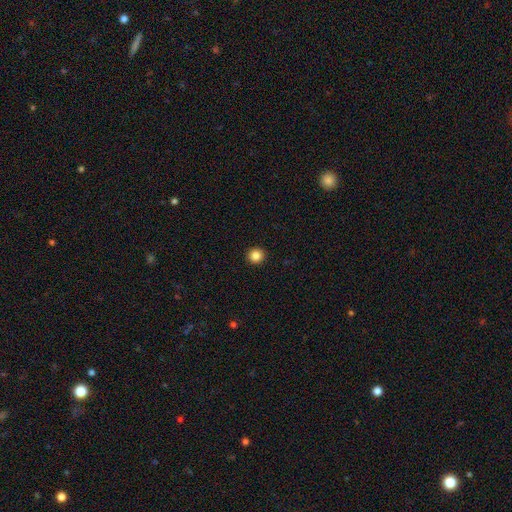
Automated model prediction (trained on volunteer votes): A smooth galaxy with no disk features (85%) that is round (94%).

Vote fractions:
- Smooth or featured? smooth: 85% / star or artifact: 11% / featured or disk: 4%
- How rounded? round: 94% / in between: 5% / cigar-shaped: 1%
- Merging? none: 94% / minor disturbance: 4% / major disturbance: 1% / merger: 1%